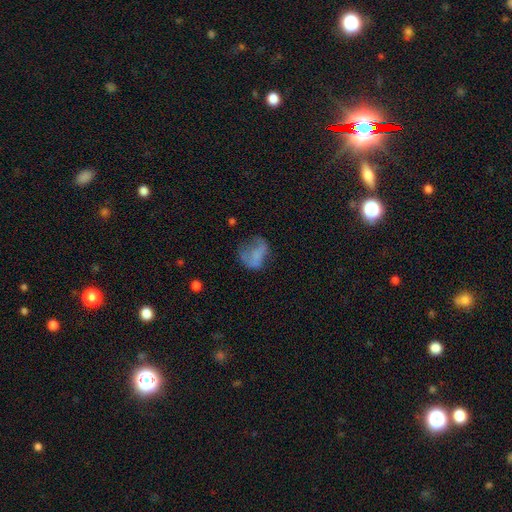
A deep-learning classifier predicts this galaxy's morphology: smooth-or-featured: smooth: 56% | featured or disk: 31% | star or artifact: 13%
  how-rounded: in between: 58% | round: 40% | cigar-shaped: 2%
  merging: major disturbance: 36% | none: 34% | minor disturbance: 26% | merger: 4%